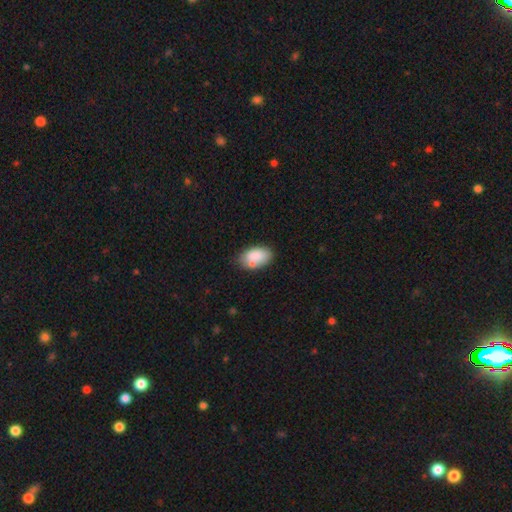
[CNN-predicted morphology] smooth 79%, featured or disk 14%, star or artifact 7%. Down the decision tree: how rounded — in between (92%); merging — none (58%).